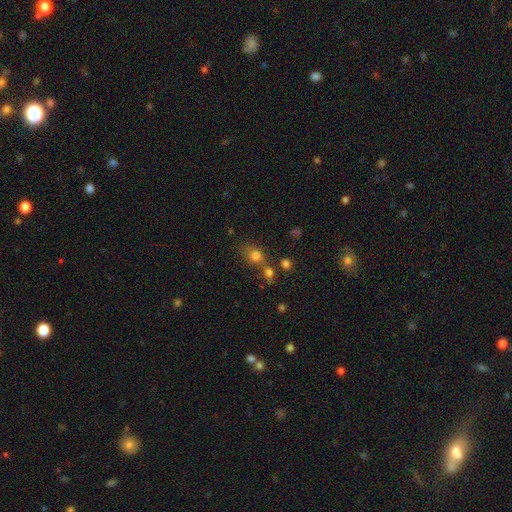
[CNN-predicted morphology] This appears to be a smooth galaxy with no disk features (74%) that is round (67%). Merging: none (51%).